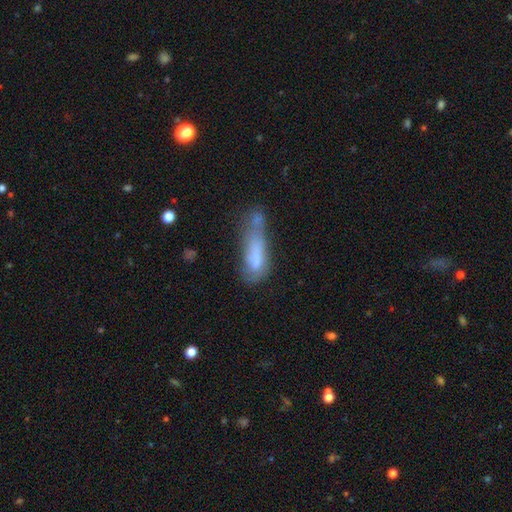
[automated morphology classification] The model was most divided on "merging": major disturbance: 26%, merger: 25%, minor disturbance: 25%, none: 23%. More confident: smooth or featured — smooth (66%); how rounded — cigar-shaped (57%).